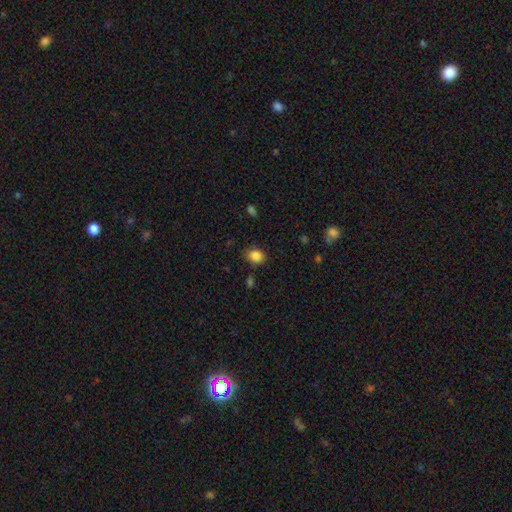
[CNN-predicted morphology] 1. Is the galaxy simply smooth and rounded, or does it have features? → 85% smooth, 10% star or artifact, 4% featured or disk.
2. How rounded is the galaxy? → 50% in between, 49% round, 1% cigar-shaped.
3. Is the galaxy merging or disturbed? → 79% none, 15% minor disturbance, 4% major disturbance, 2% merger.